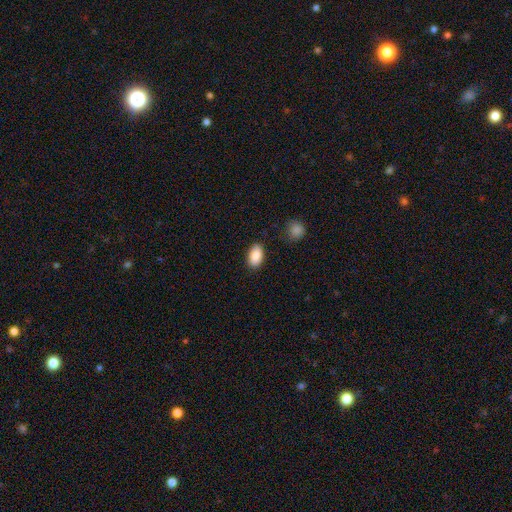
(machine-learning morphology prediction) Smooth or featured? Predicted: smooth (p=0.88). How rounded? Predicted: in between (p=0.91). Merging? Predicted: none (p=0.85).